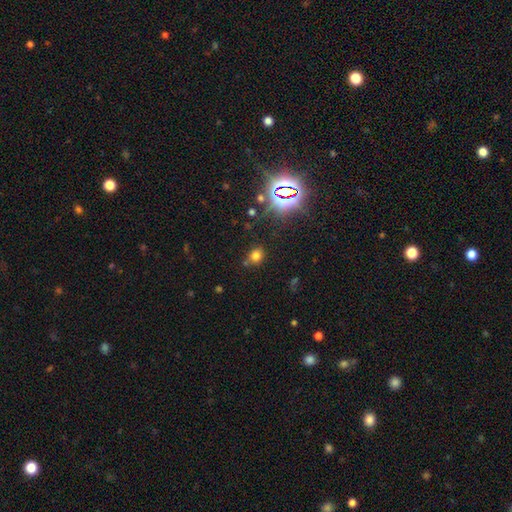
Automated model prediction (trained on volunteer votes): Smooth or featured? Predicted: smooth (p=0.68). How rounded? Predicted: round (p=0.70). Merging? Predicted: none (p=0.74).